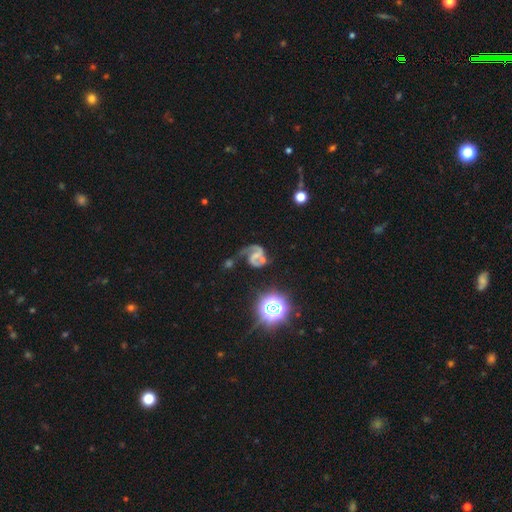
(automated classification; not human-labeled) smooth_or_featured: featured or disk (p=0.81) [alt: star or artifact p=0.10]
disk_edge_on: no (p=0.98) [alt: yes p=0.02]
bar: weak (p=0.42) [alt: no p=0.37]
has_spiral_arms: yes (p=0.95) [alt: no p=0.05]
spiral_winding: medium (p=0.50) [alt: loose p=0.35]
spiral_arm_count: 2 (p=0.81) [alt: 1 p=0.13]
bulge_size: small (p=0.46) [alt: none p=0.28]
merging: none (p=0.43) [alt: major disturbance p=0.24]